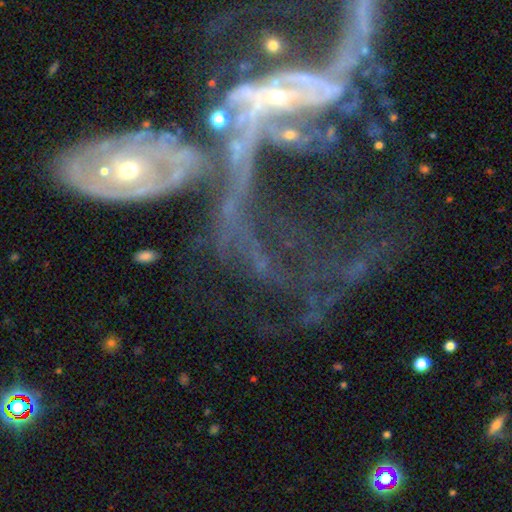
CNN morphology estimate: A featured or disk galaxy (73%) with no bar (58%), spiral arms (69%) and a small central bulge (55%).

Vote fractions:
- Smooth or featured? featured or disk: 73% / star or artifact: 17% / smooth: 11%
- Edge-on disk? no: 90% / yes: 10%
- Bar? no: 58% / weak: 22% / strong: 20%
- Spiral arms? yes: 69% / no: 31%
- Bulge size? small: 55% / moderate: 30% / none: 9% / large: 4% / dominant: 2%
- Merging? merger: 47% / major disturbance: 31% / none: 14% / minor disturbance: 8%